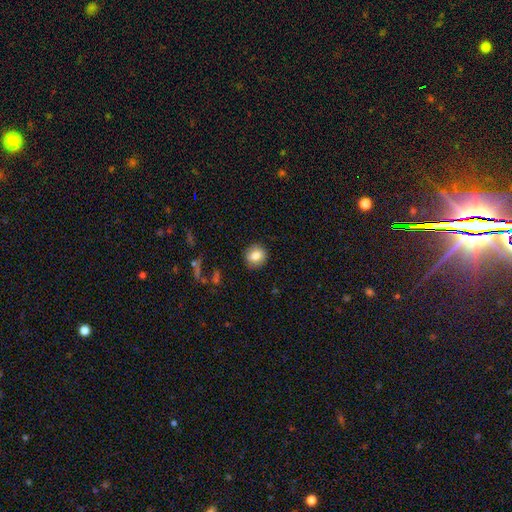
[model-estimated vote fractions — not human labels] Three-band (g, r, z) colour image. It shows a smooth galaxy with no disk features (82%) that is round (79%). Merging: none (88%).